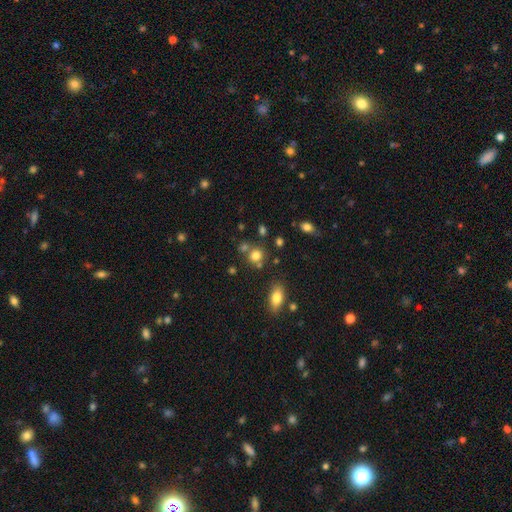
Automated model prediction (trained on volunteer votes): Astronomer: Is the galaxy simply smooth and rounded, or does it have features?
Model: smooth — 77%.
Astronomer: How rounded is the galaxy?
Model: round — 81%.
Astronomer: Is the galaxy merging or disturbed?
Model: none — 63%.